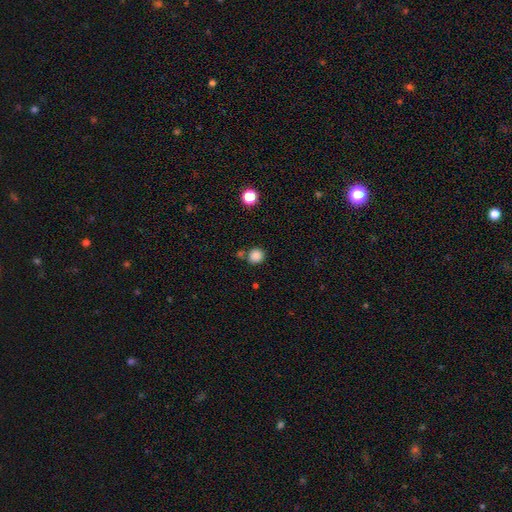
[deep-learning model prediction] smooth_or_featured: smooth (p=0.85) [alt: star or artifact p=0.11]
how_rounded: round (p=0.91) [alt: in between p=0.08]
merging: none (p=0.74) [alt: merger p=0.13]